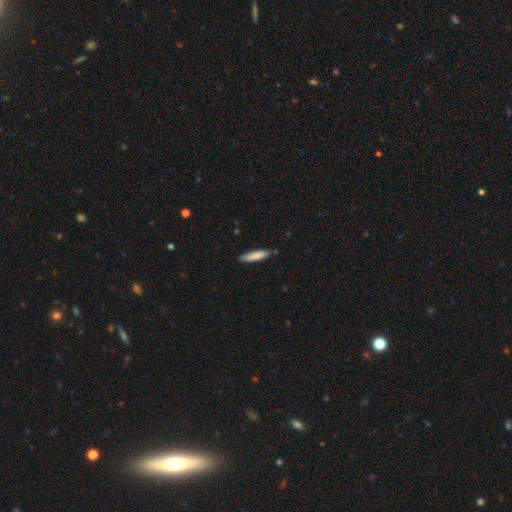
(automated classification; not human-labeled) Smooth or featured: smooth — 81% (featured or disk — 13%)
How rounded: cigar-shaped — 81% (in between — 18%)
Merging: none — 84% (minor disturbance — 13%)